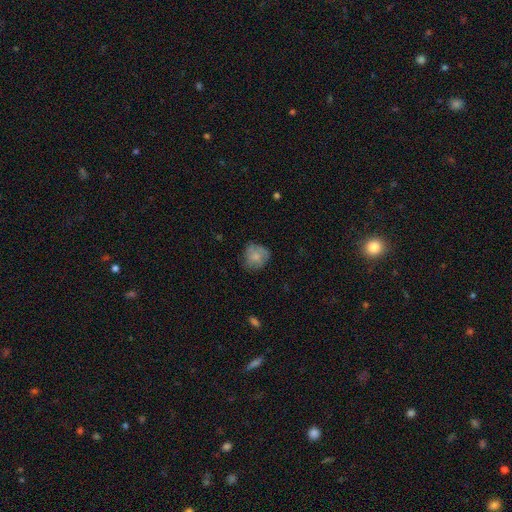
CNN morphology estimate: type=smooth (71%); roundness=round (79%); merging=none (65%).